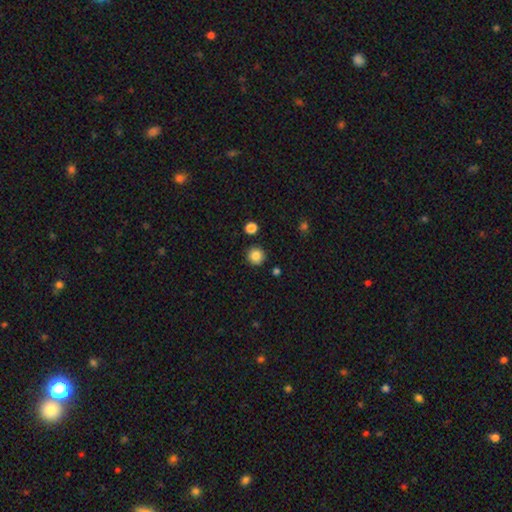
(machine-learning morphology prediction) Overall: smooth (85%). How rounded: round (94%). Merging: none (90%).